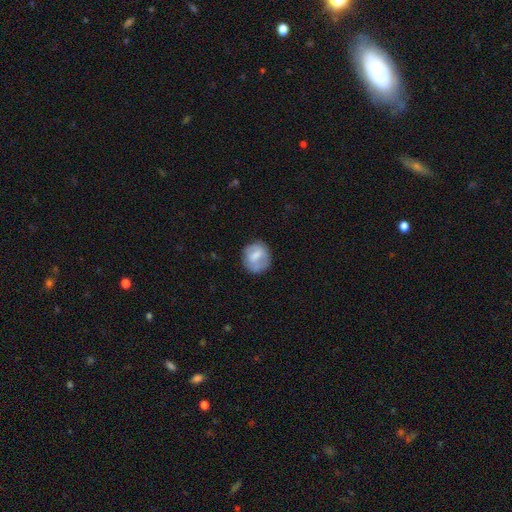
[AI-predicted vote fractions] smooth 65%, featured or disk 28%, star or artifact 7%. Down the decision tree: how rounded — round (74%); merging — none (68%).